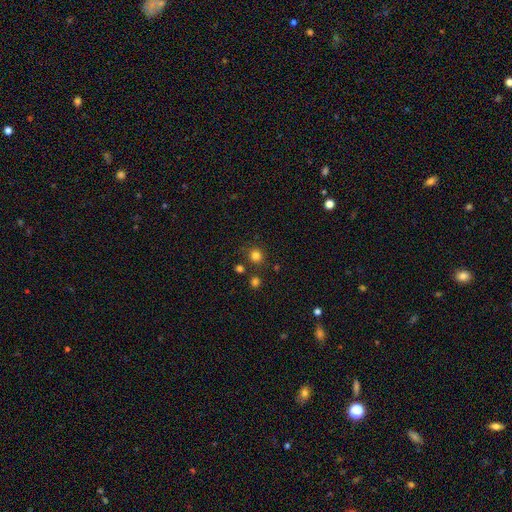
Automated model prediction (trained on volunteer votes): Smooth or featured? Predicted: smooth (p=0.79). How rounded? Predicted: round (p=0.92). Merging? Predicted: none (p=0.83).